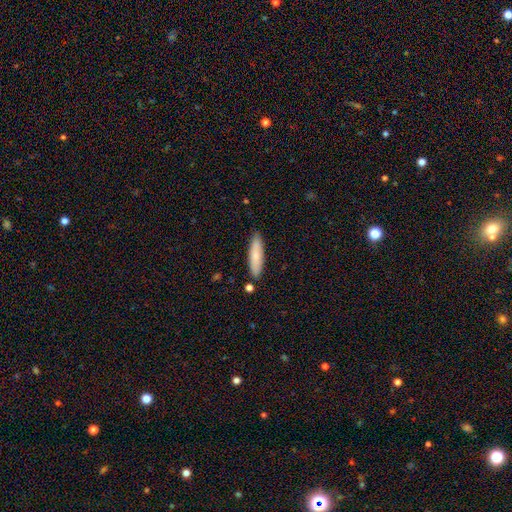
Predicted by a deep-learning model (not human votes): smooth 77%, featured or disk 17%, star or artifact 6%. Down the decision tree: how rounded — cigar-shaped (71%); merging — none (84%).